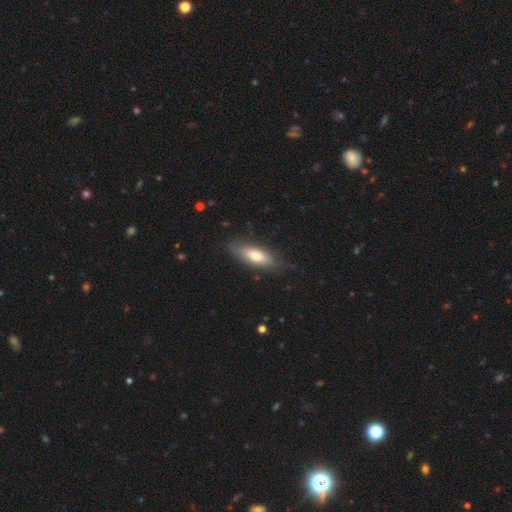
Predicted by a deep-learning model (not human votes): Morphology: type=smooth (71%); roundness=in between (64%); merging=none (80%).